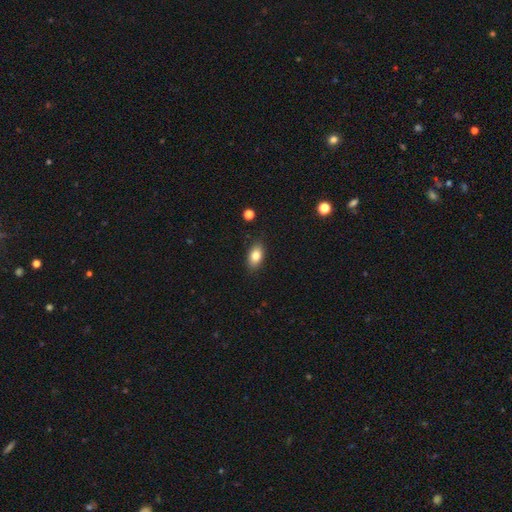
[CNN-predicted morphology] A smooth galaxy with no disk features (81%) that is in between round and cigar-shaped (89%). Merging: none (87%).